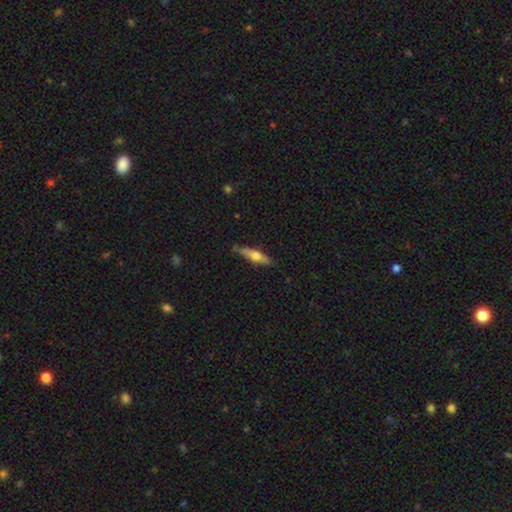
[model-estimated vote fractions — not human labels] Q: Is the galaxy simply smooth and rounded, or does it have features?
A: smooth — 52%.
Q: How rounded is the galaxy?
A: cigar-shaped — 72%.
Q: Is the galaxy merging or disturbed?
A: none — 78%.